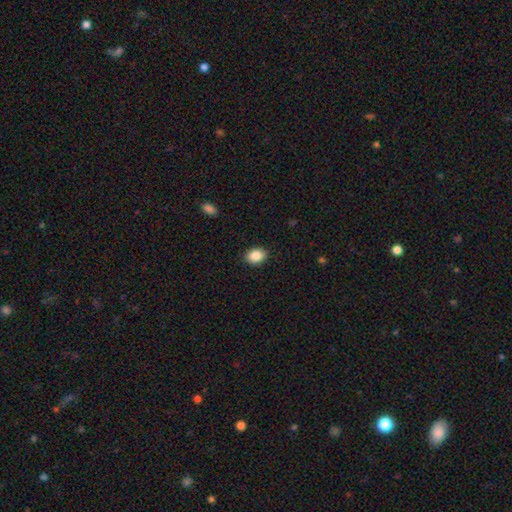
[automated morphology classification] Smooth or featured? Predicted: smooth (p=0.88). How rounded? Predicted: in between (p=0.67). Merging? Predicted: none (p=0.90).